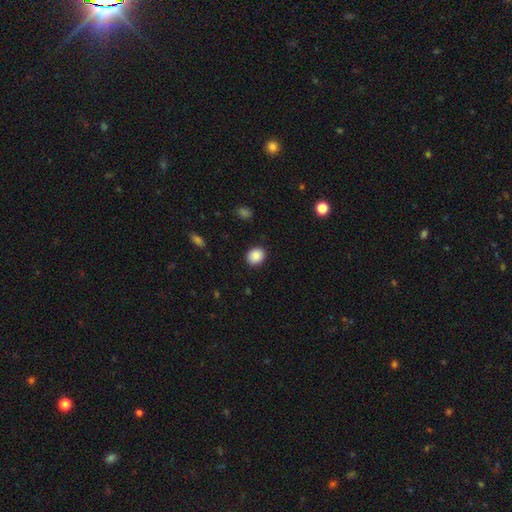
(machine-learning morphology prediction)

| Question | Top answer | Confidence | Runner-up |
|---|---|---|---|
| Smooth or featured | smooth | 88% | star or artifact (8%) |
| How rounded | round | 61% | in between (38%) |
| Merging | none | 89% | minor disturbance (8%) |